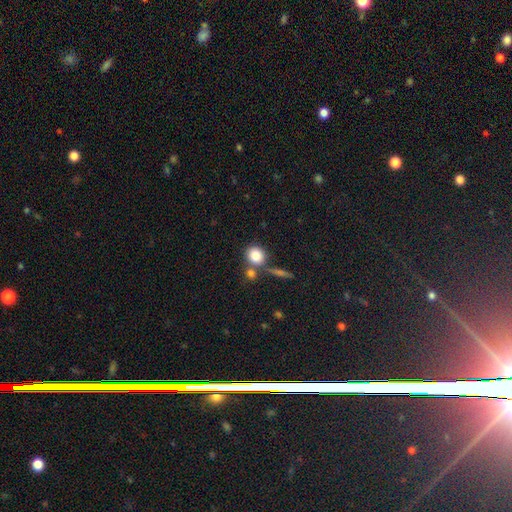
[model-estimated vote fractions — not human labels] The model was most divided on "merging": none: 61%, merger: 23%, minor disturbance: 11%, major disturbance: 4%. More confident: smooth or featured — smooth (83%); how rounded — round (71%).